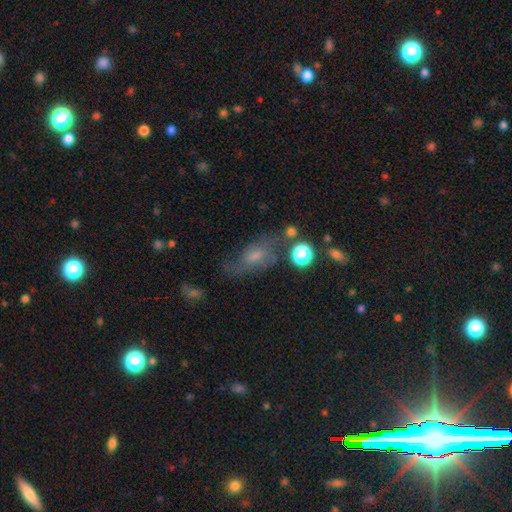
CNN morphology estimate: featured or disk 47%, smooth 31%, star or artifact 23%. Down the decision tree: merging — none (64%).